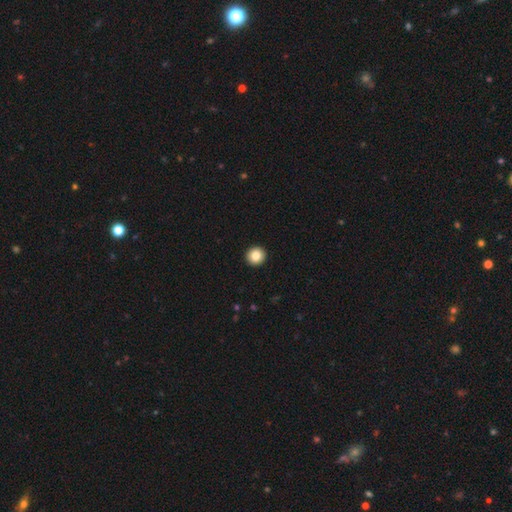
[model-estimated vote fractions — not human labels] Smooth or featured: smooth — 84% (star or artifact — 9%)
How rounded: round — 94% (in between — 5%)
Merging: none — 94% (minor disturbance — 4%)